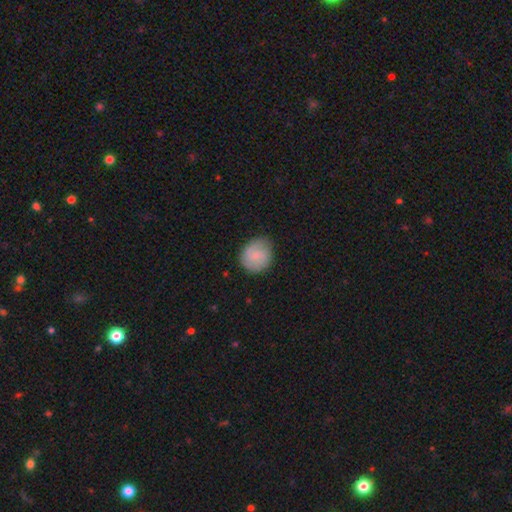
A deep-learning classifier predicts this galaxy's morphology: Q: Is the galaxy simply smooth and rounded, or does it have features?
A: smooth — 62%.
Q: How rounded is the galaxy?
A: round — 78%.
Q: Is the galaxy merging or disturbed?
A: none — 77%.